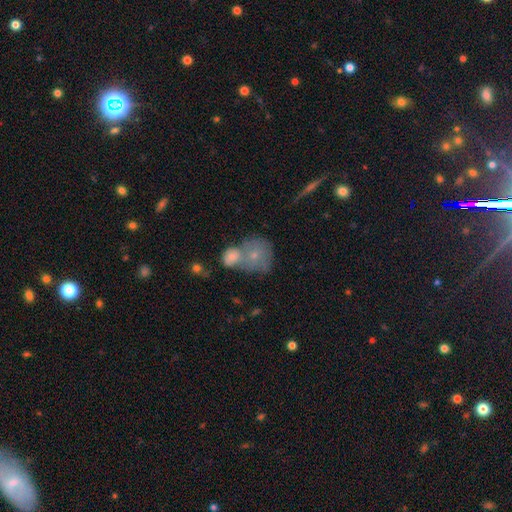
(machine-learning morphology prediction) The model was most divided on "merging": merger: 59%, none: 24%, minor disturbance: 11%, major disturbance: 7%. More confident: how rounded — round (71%); smooth or featured — smooth (63%).